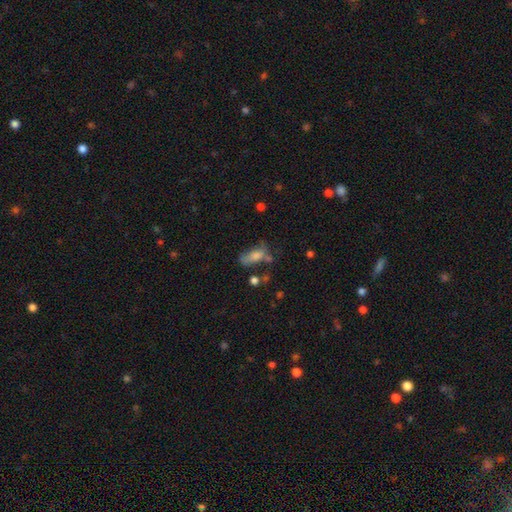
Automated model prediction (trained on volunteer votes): This appears to be a smooth galaxy with no disk features (56%) that is in between round and cigar-shaped (75%). Merging: none (37%).